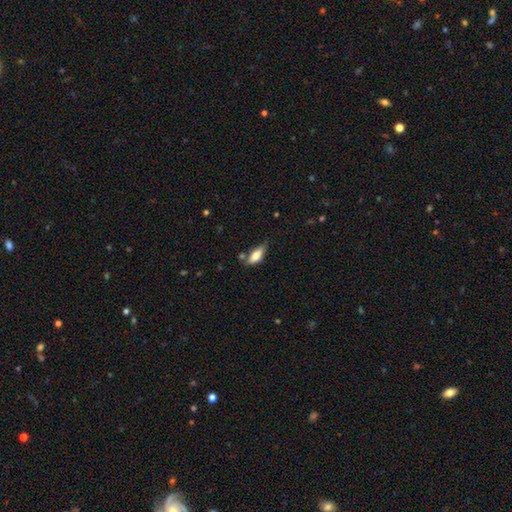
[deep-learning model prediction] A smooth galaxy with no disk features (71%) that is in between round and cigar-shaped (70%).

Vote fractions:
- Smooth or featured? smooth: 71% / featured or disk: 22% / star or artifact: 7%
- How rounded? in between: 70% / cigar-shaped: 27% / round: 3%
- Merging? none: 62% / minor disturbance: 24% / merger: 8% / major disturbance: 5%